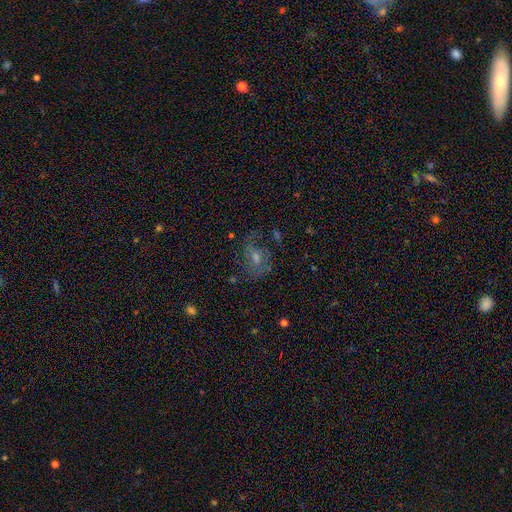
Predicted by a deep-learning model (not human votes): Smooth or featured?
  - featured or disk: 57% *
  - smooth: 24%
  - star or artifact: 19%
Edge-on disk?
  - no: 96% *
  - yes: 4%
Bar?
  - no: 49% *
  - weak: 41%
  - strong: 10%
Spiral arms?
  - yes: 75% *
  - no: 25%
Bulge size?
  - moderate: 52% *
  - small: 32%
  - large: 8%
  - none: 6%
  - dominant: 2%
Merging?
  - none: 60% *
  - minor disturbance: 19%
  - major disturbance: 18%
  - merger: 3%